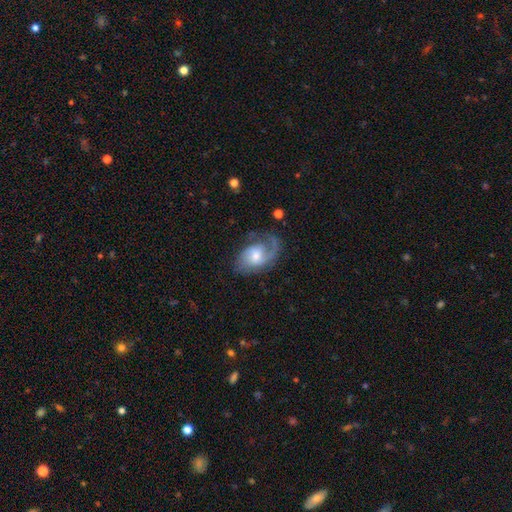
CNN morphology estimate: The model was most divided on "spiral winding": medium: 44%, loose: 34%, tight: 21%. Remaining: edge-on disk — no (97%); spiral arms — yes (91%); smooth or featured — featured or disk (73%); bar — no (57%); merging — none (53%); bulge size — moderate (52%); spiral arm count — 1 (49%).